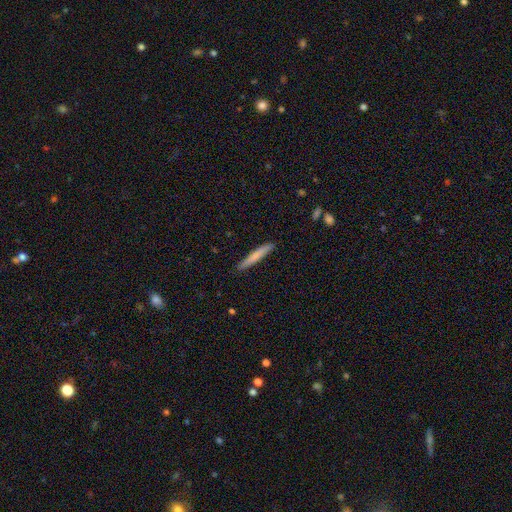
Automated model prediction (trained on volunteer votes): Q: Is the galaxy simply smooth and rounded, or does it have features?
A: smooth — 75%.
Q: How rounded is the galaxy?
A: cigar-shaped — 96%.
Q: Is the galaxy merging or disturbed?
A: none — 90%.